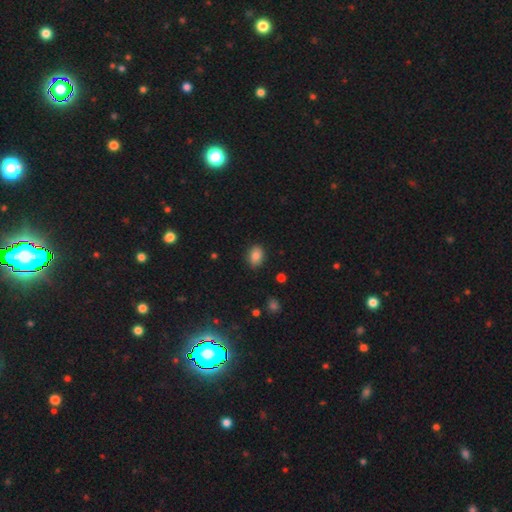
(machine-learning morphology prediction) smooth-or-featured: smooth: 85% | star or artifact: 9% | featured or disk: 6%
  how-rounded: in between: 69% | round: 30% | cigar-shaped: 1%
  merging: none: 85% | minor disturbance: 11% | major disturbance: 2% | merger: 1%